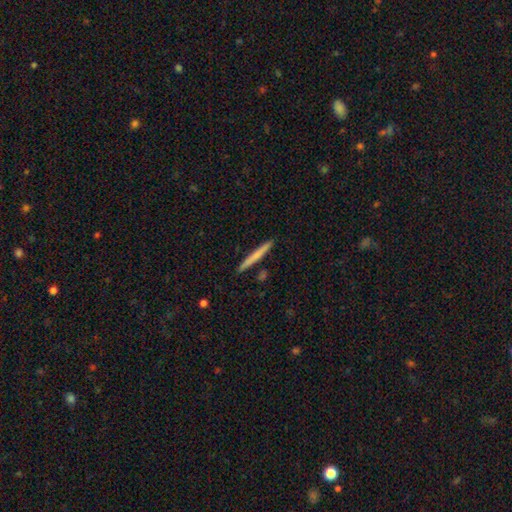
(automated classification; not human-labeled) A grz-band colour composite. It shows a smooth galaxy with no disk features (64%) that is cigar-shaped (97%). Merging: none (91%).